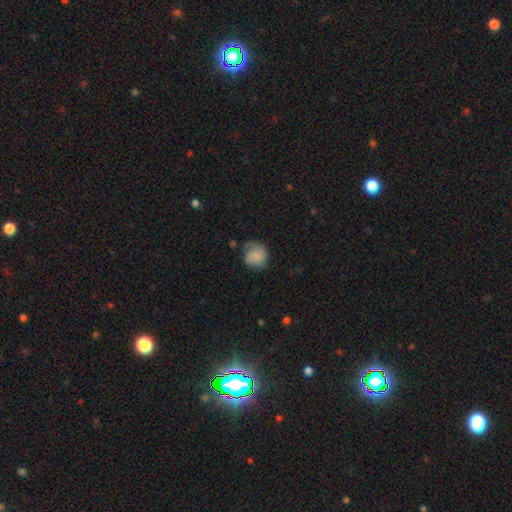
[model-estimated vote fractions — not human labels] A smooth galaxy with no disk features (76%) that is round (79%).

Vote fractions:
- Smooth or featured? smooth: 76% / featured or disk: 16% / star or artifact: 8%
- How rounded? round: 79% / in between: 20% / cigar-shaped: 1%
- Merging? none: 53% / minor disturbance: 31% / major disturbance: 14% / merger: 3%